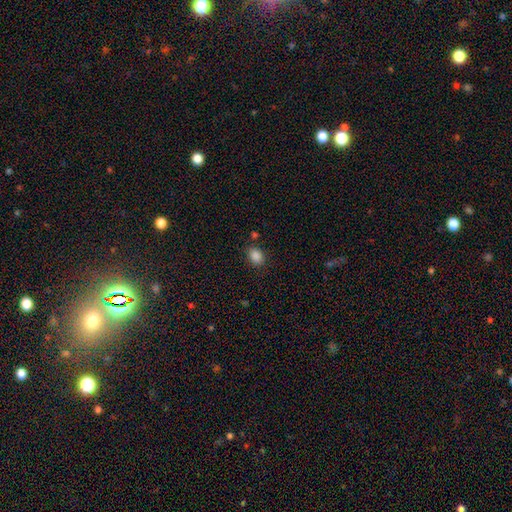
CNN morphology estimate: A smooth galaxy with no disk features (87%) that is in between round and cigar-shaped (71%). Merging: none (81%).